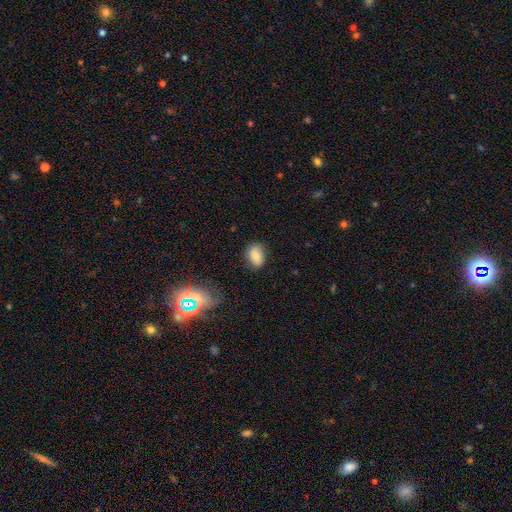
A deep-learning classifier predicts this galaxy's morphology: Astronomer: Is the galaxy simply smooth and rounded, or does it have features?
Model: smooth — 79%.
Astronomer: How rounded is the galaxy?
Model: in between — 80%.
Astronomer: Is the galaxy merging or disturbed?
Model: none — 79%.